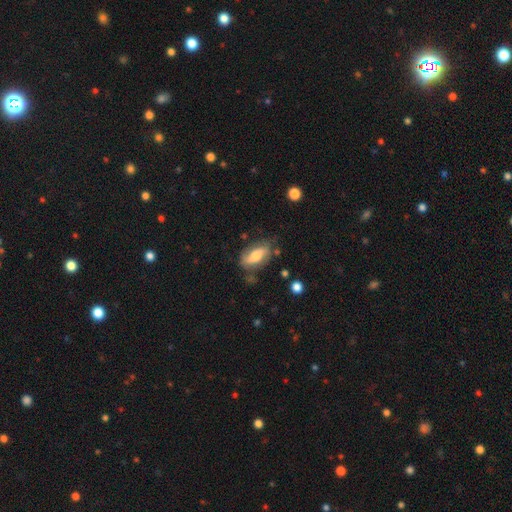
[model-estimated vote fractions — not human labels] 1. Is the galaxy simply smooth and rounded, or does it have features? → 55% smooth, 38% featured or disk, 7% star or artifact.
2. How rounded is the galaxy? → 82% in between, 13% cigar-shaped, 4% round.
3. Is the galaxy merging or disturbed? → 65% none, 24% minor disturbance, 8% major disturbance, 4% merger.